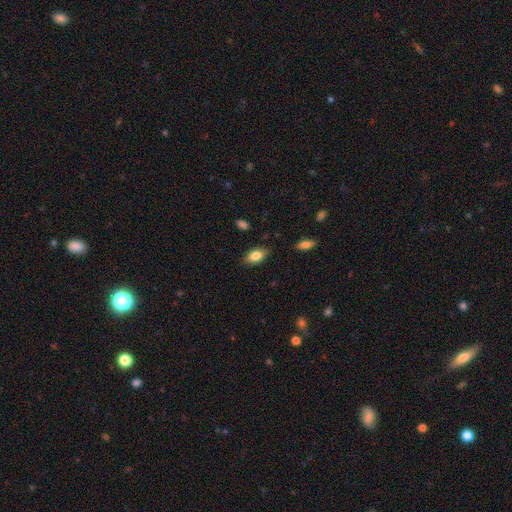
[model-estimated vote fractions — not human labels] This appears to be a smooth galaxy with no disk features (82%) that is in between round and cigar-shaped (90%). Merging: none (83%).